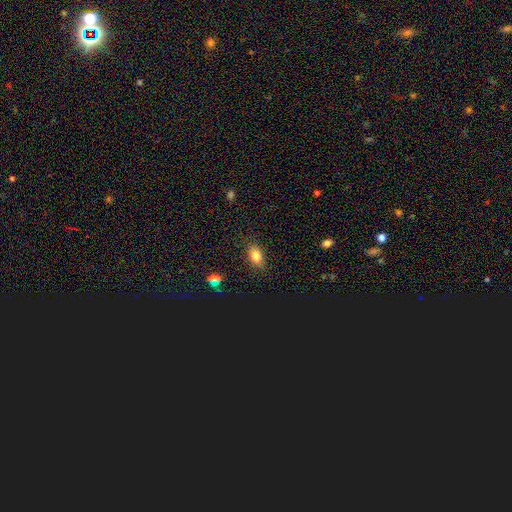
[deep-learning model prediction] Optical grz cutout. It shows a smooth galaxy with no disk features (78%) that is in between round and cigar-shaped (83%). Merging: none (84%).